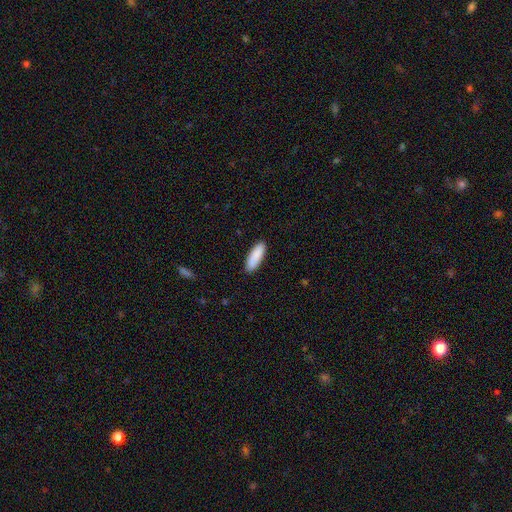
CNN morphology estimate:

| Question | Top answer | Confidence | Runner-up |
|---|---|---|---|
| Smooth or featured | smooth | 90% | star or artifact (5%) |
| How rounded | in between | 56% | cigar-shaped (42%) |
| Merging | none | 89% | minor disturbance (9%) |